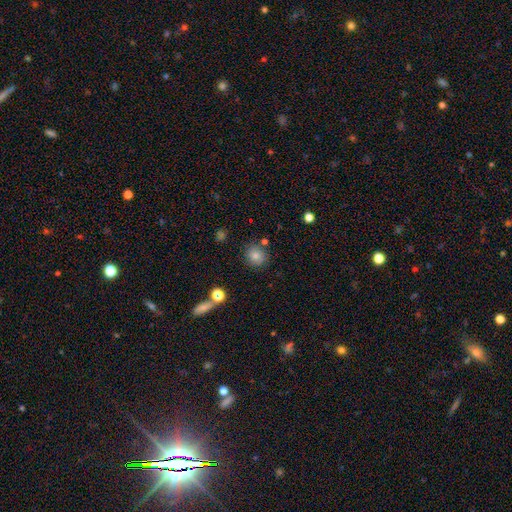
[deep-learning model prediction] Smooth or featured? Predicted: smooth (p=0.79). How rounded? Predicted: round (p=0.83). Merging? Predicted: none (p=0.79).